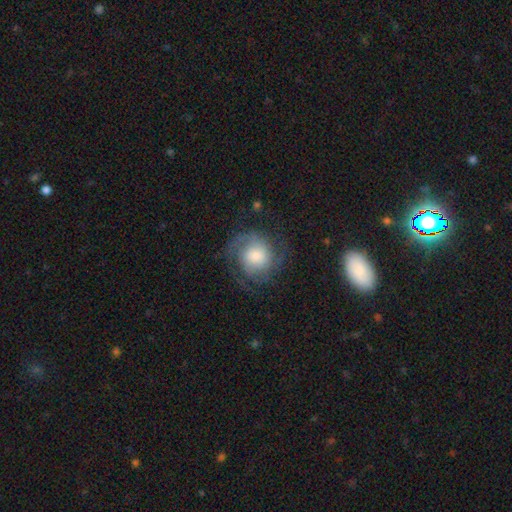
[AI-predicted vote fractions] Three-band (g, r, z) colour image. It shows a featured or disk galaxy (74%) with no bar (70%), 2 (61%) medium (44%) spiral arms (95%) and a moderate central bulge (39%). Merging: none (72%).